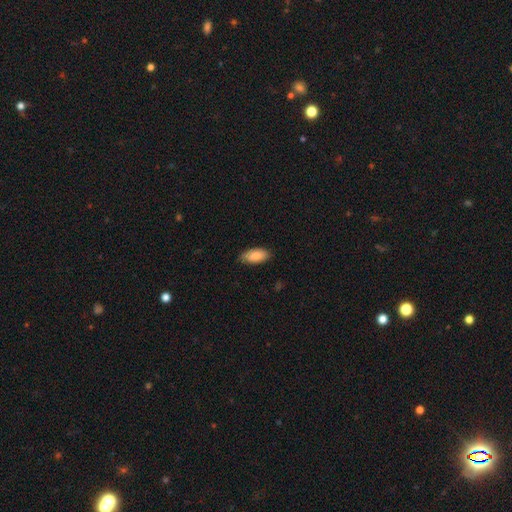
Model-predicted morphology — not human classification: A smooth galaxy with no disk features (84%) that is in between round and cigar-shaped (91%). Merging: none (81%).